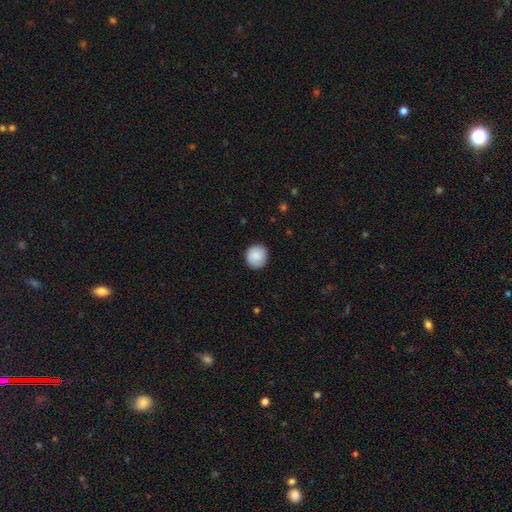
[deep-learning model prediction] Smooth or featured? Predicted: smooth (p=0.86). How rounded? Predicted: round (p=0.90). Merging? Predicted: none (p=0.87).